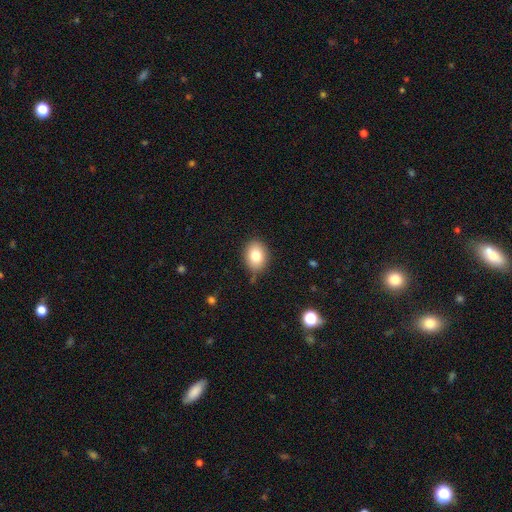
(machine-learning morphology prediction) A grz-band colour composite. It shows a smooth galaxy with no disk features (80%) that is in between round and cigar-shaped (61%). Merging: none (81%).